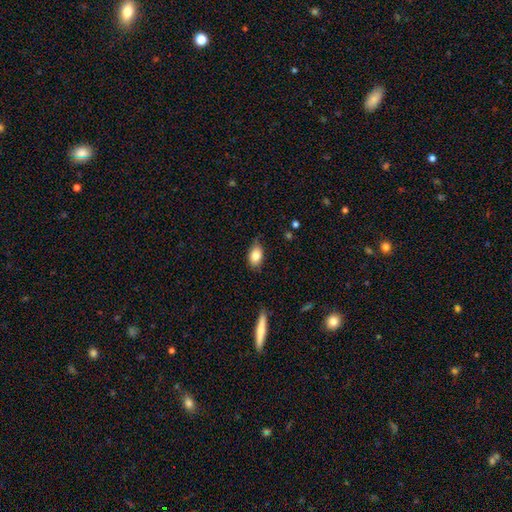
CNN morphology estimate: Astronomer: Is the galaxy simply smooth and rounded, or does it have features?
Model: smooth — 83%.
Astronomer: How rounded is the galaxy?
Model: in between — 85%.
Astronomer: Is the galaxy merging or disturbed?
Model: none — 70%.